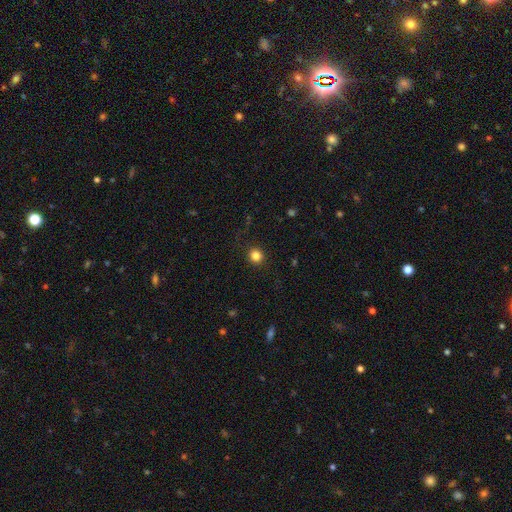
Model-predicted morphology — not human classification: This is clearly a smooth galaxy (83%). How rounded: clearly round (88%). Merging: clearly none (90%).